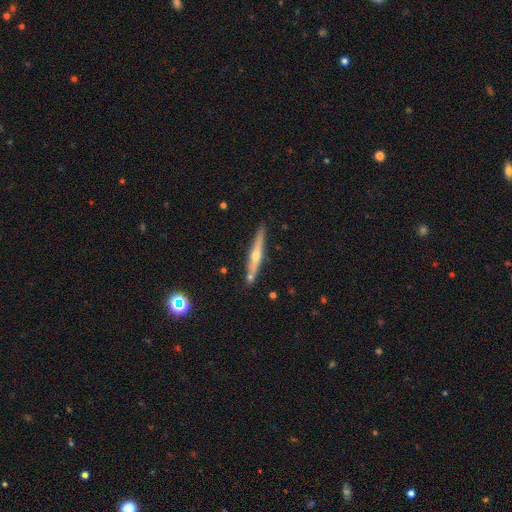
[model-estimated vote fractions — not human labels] Smooth or featured? featured or disk (69%)
Edge-on disk? yes (96%)
Edge-on bulge? rounded (88%)
Merging? none (86%)